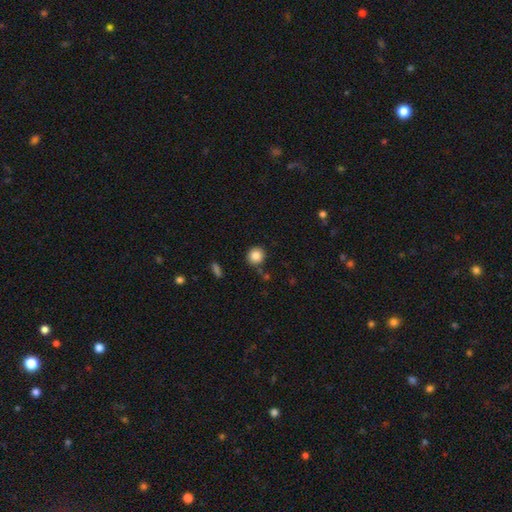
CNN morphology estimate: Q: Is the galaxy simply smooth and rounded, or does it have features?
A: smooth — 85%.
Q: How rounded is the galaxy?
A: round — 90%.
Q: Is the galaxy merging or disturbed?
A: none — 85%.